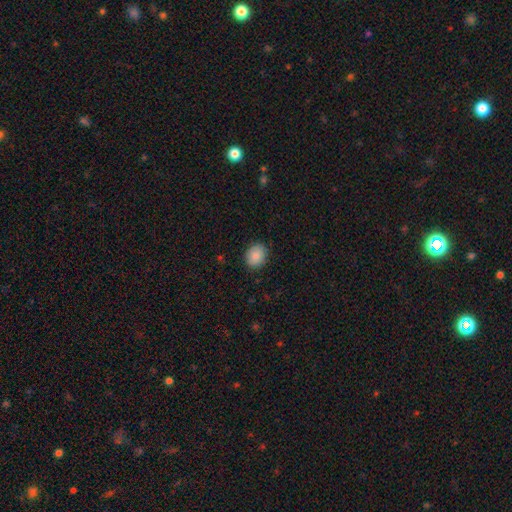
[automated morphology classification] A smooth galaxy with no disk features (88%) that is round (50%).

Vote fractions:
- Smooth or featured? smooth: 88% / star or artifact: 8% / featured or disk: 5%
- How rounded? round: 50% / in between: 49% / cigar-shaped: 1%
- Merging? none: 88% / minor disturbance: 9% / major disturbance: 2% / merger: 1%